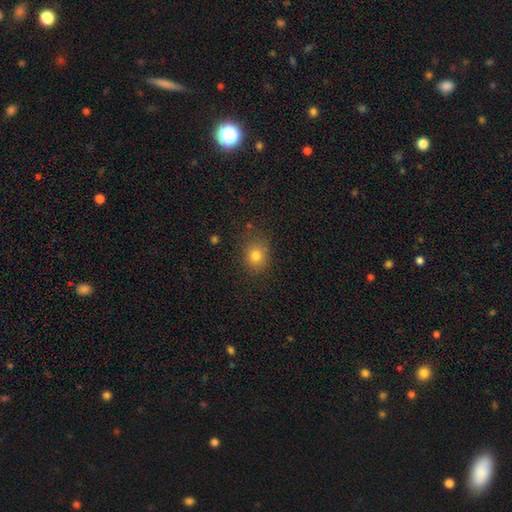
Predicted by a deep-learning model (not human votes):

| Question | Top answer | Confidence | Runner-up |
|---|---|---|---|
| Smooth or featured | smooth | 79% | star or artifact (13%) |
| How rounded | round | 68% | in between (31%) |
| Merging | none | 78% | minor disturbance (15%) |